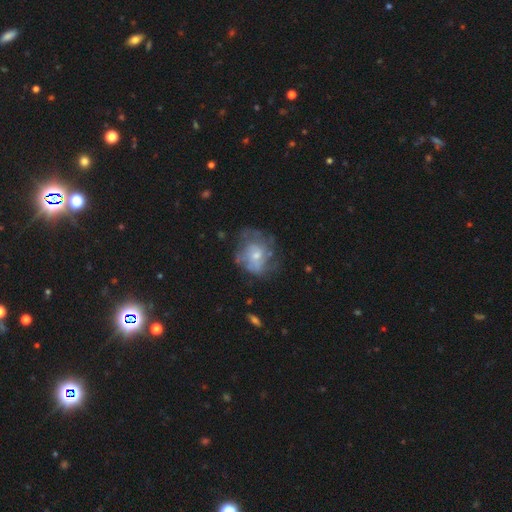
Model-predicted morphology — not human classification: type=featured or disk (57%); edge-on=no (97%); bar=no (80%); spiral arms=no (52%); bulge=small (50%); merging=none (49%).